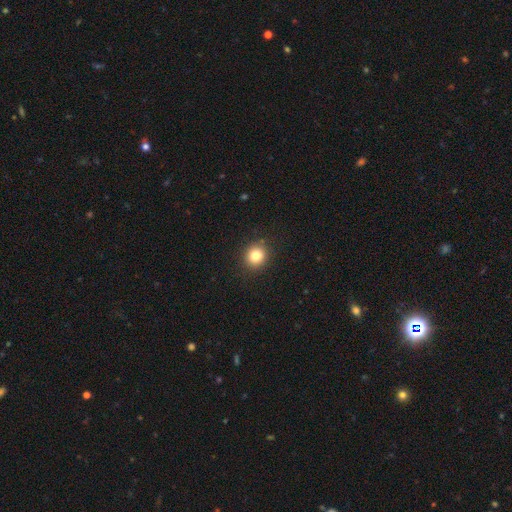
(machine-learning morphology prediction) Smooth or featured: smooth — 82% (star or artifact — 12%)
How rounded: round — 86% (in between — 13%)
Merging: none — 90% (minor disturbance — 7%)